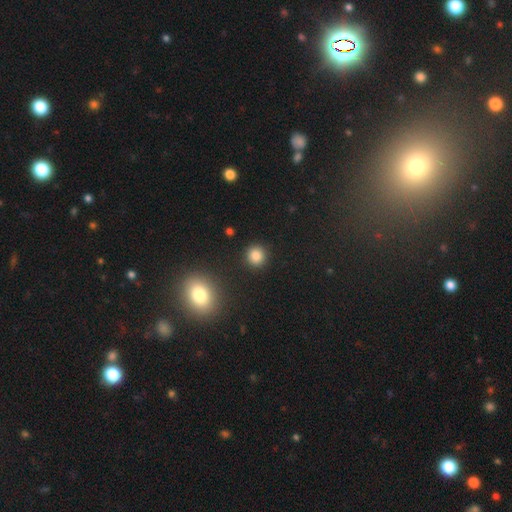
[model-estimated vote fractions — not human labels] Smooth or featured? smooth (84%)
How rounded? round (91%)
Merging? none (91%)